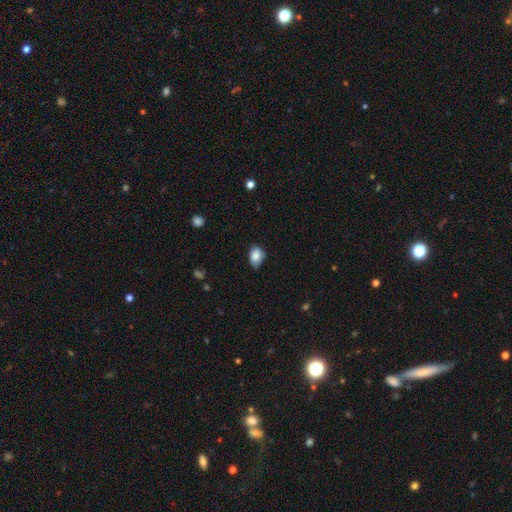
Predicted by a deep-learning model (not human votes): smooth 84%, star or artifact 8%, featured or disk 8%. Down the decision tree: how rounded — in between (83%); merging — none (57%).